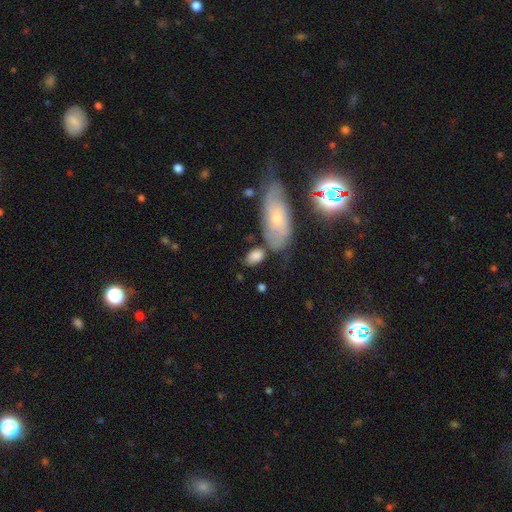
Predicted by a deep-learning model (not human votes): Q: Smooth or featured?
A: smooth (77%); runner-up: featured or disk (16%)
Q: How rounded?
A: in between (87%); runner-up: round (10%)
Q: Merging?
A: none (56%); runner-up: minor disturbance (21%)